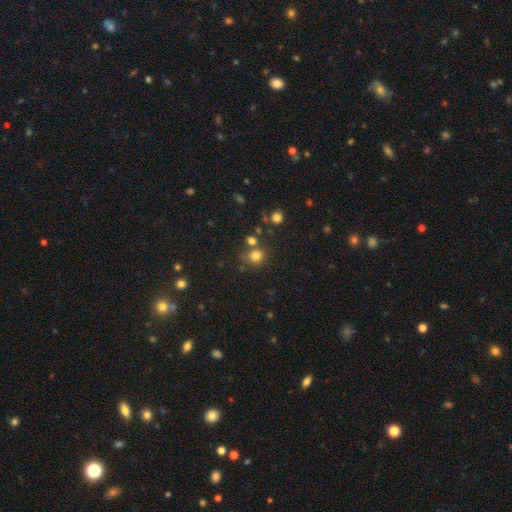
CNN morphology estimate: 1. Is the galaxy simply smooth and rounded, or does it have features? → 78% smooth, 15% star or artifact, 7% featured or disk.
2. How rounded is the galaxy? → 85% round, 14% in between, 1% cigar-shaped.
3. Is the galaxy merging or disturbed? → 67% none, 17% merger, 12% minor disturbance, 5% major disturbance.